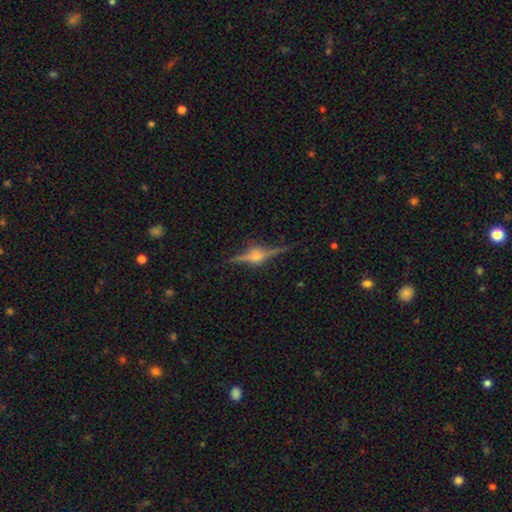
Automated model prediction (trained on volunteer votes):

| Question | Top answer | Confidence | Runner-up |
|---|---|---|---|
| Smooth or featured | featured or disk | 85% | smooth (8%) |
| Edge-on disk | yes | 98% | no (2%) |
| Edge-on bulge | rounded | 92% | boxy (6%) |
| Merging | none | 88% | minor disturbance (9%) |